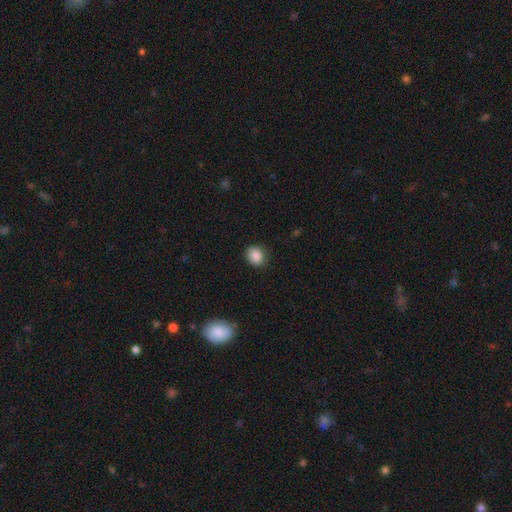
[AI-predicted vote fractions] This appears to be a smooth galaxy with no disk features (86%) that is round (71%). Merging: none (84%).